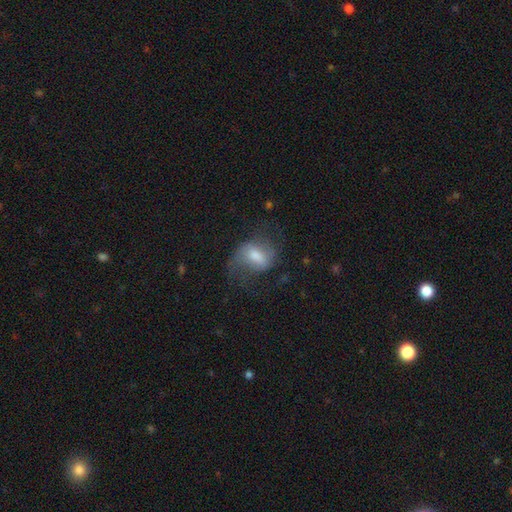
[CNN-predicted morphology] type=featured or disk (49%); merging=none (42%).